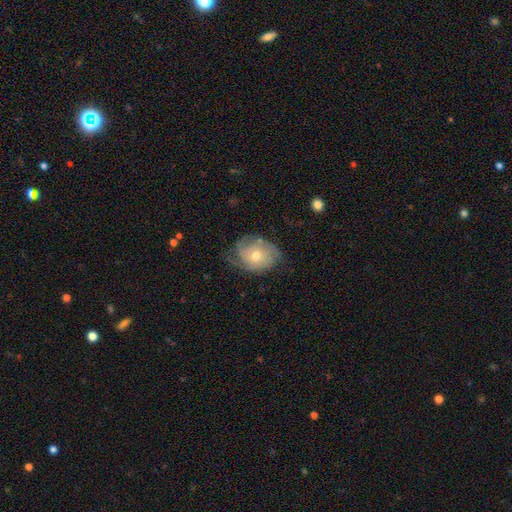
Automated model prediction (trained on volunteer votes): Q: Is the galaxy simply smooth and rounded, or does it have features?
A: featured or disk — 62%.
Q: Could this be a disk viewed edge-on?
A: no — 96%.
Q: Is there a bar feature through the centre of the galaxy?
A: no — 80%.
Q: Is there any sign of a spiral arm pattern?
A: yes — 83%.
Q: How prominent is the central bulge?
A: moderate — 55%.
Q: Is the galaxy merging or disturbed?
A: none — 57%.